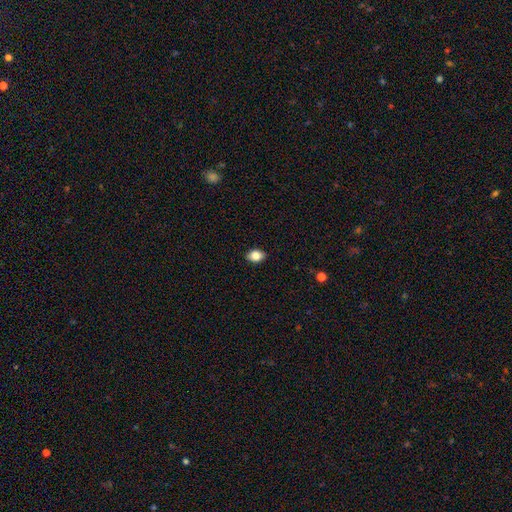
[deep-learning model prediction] Smooth or featured? Predicted: smooth (p=0.83). How rounded? Predicted: in between (p=0.77). Merging? Predicted: none (p=0.88).